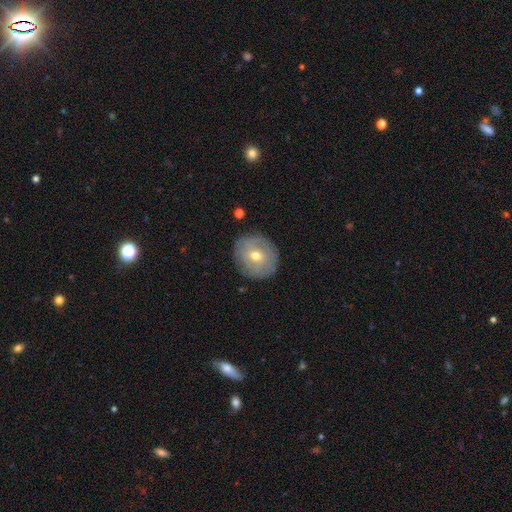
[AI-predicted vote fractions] A featured or disk galaxy (47%). Merging: none (84%).